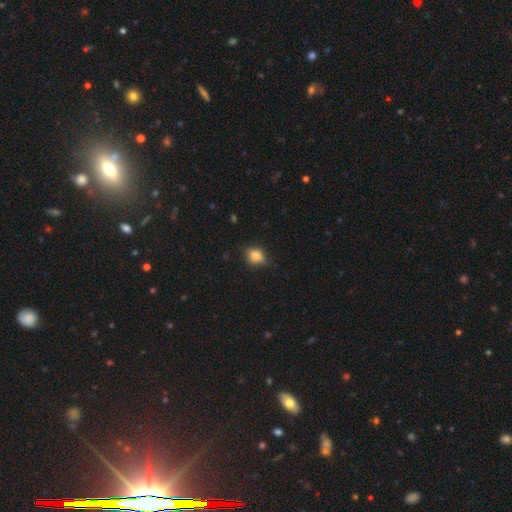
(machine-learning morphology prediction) Q: Smooth or featured?
A: smooth (77%); runner-up: featured or disk (12%)
Q: How rounded?
A: round (60%); runner-up: in between (38%)
Q: Merging?
A: none (75%); runner-up: minor disturbance (20%)